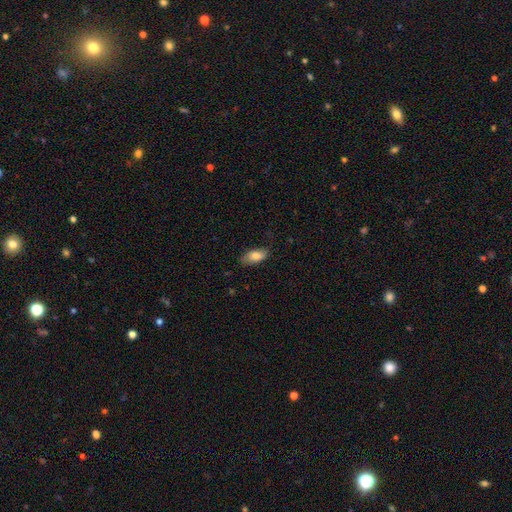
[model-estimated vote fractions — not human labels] A smooth galaxy with no disk features (79%) that is in between round and cigar-shaped (89%).

Vote fractions:
- Smooth or featured? smooth: 79% / featured or disk: 14% / star or artifact: 6%
- How rounded? in between: 89% / cigar-shaped: 8% / round: 3%
- Merging? none: 77% / minor disturbance: 19% / major disturbance: 4% / merger: 1%